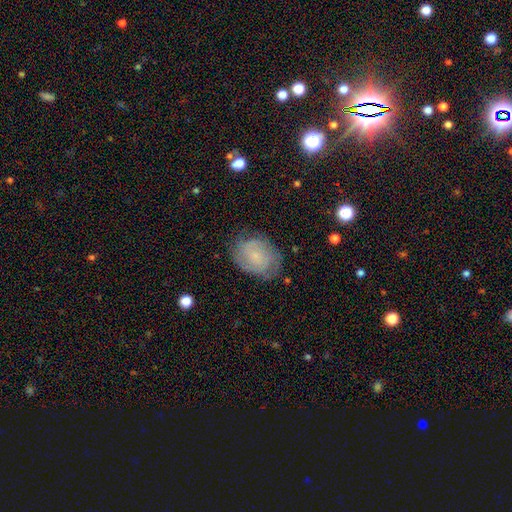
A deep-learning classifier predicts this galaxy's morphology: A featured or disk galaxy (55%) with no bar (73%), spiral arms (84%) and a small central bulge (63%). Merging: none (71%).